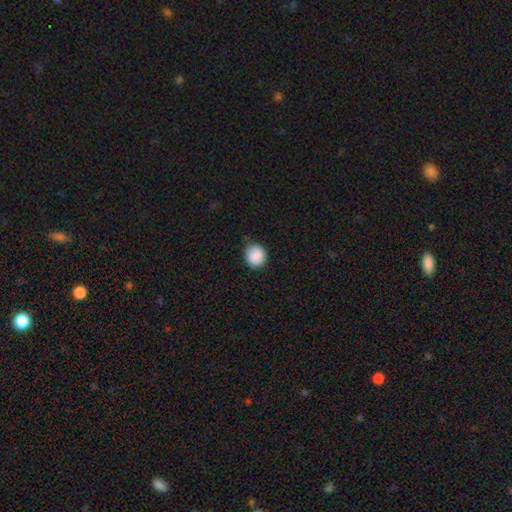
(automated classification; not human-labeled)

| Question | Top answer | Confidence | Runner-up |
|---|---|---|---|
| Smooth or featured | smooth | 89% | star or artifact (8%) |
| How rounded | round | 84% | in between (15%) |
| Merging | none | 83% | minor disturbance (14%) |